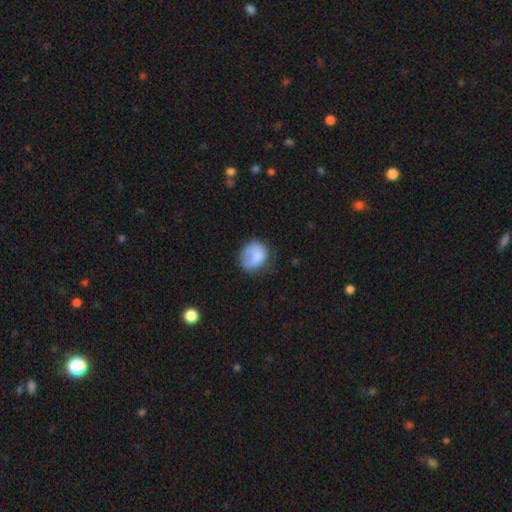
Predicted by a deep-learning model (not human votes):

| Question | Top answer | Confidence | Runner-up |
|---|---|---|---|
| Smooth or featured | smooth | 77% | featured or disk (15%) |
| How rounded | round | 66% | in between (33%) |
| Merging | none | 54% | minor disturbance (27%) |